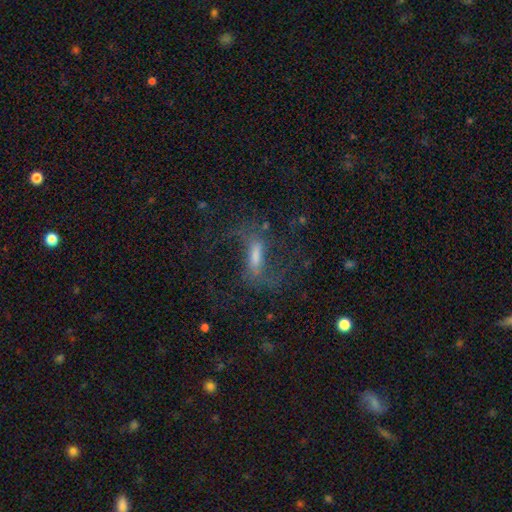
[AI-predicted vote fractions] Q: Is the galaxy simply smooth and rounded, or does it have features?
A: featured or disk — 69%.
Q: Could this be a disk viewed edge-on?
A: no — 86%.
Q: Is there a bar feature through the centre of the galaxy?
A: strong — 51%.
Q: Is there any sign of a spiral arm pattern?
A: yes — 85%.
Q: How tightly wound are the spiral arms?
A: loose — 65%.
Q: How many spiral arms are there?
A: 2 — 84%.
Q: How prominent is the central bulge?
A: moderate — 36%.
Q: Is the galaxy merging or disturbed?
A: none — 57%.